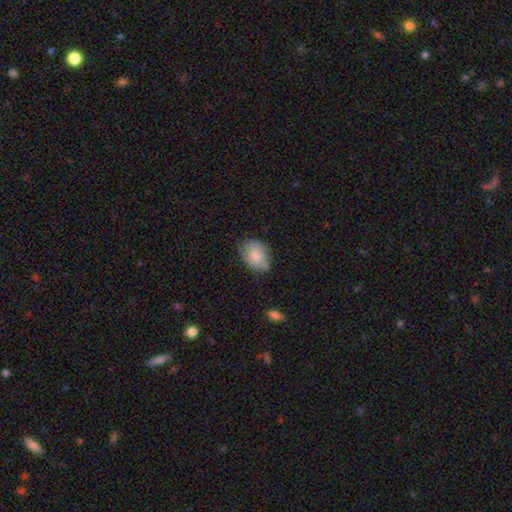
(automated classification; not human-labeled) This appears to be a smooth galaxy with no disk features (79%) that is in between round and cigar-shaped (69%). Merging: none (61%).